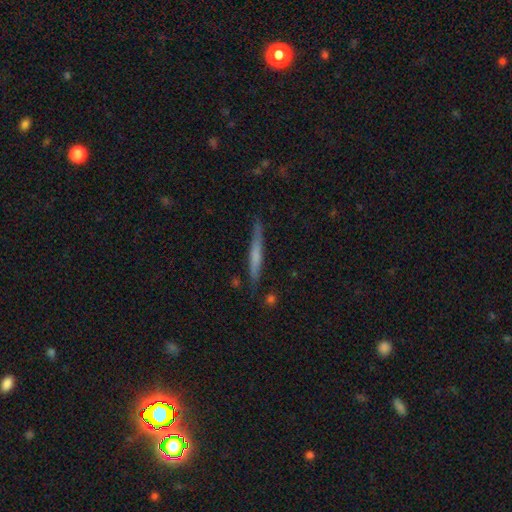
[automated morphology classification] Smooth or featured: smooth — 51% (featured or disk — 43%)
How rounded: cigar-shaped — 95% (in between — 3%)
Merging: none — 83% (minor disturbance — 13%)